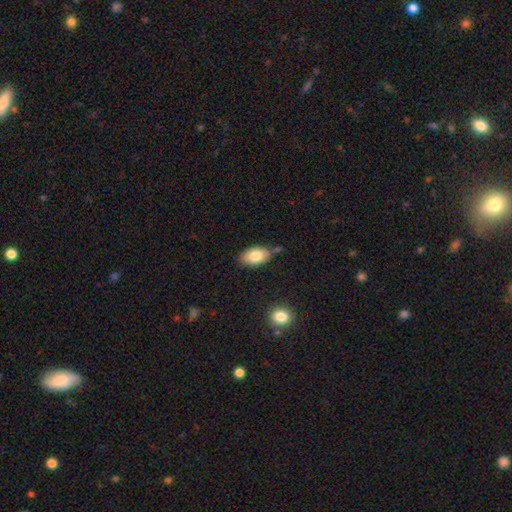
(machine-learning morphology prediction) smooth-or-featured: smooth: 81% | featured or disk: 13% | star or artifact: 7%
  how-rounded: in between: 92% | round: 6% | cigar-shaped: 2%
  merging: none: 71% | minor disturbance: 19% | merger: 7% | major disturbance: 4%